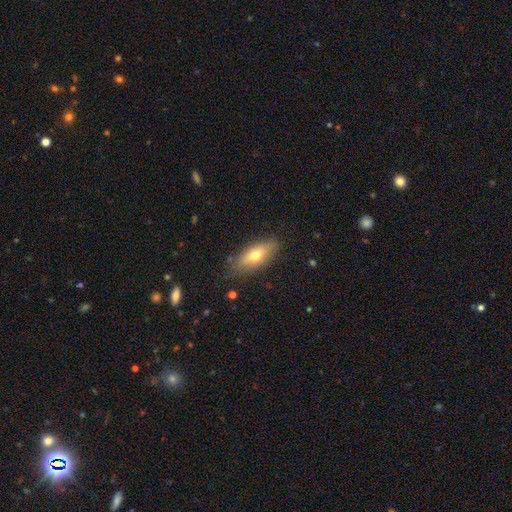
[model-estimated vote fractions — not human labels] Smooth or featured: smooth — 68% (featured or disk — 25%)
How rounded: in between — 76% (cigar-shaped — 20%)
Merging: none — 81% (minor disturbance — 14%)